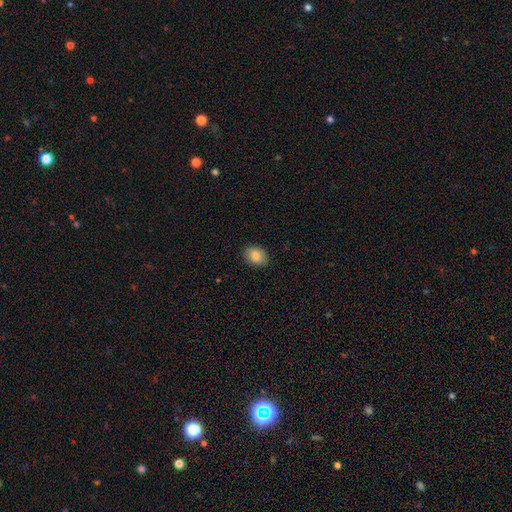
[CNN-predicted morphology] Q: Smooth or featured?
A: smooth (86%); runner-up: star or artifact (8%)
Q: How rounded?
A: in between (70%); runner-up: round (29%)
Q: Merging?
A: none (86%); runner-up: minor disturbance (10%)